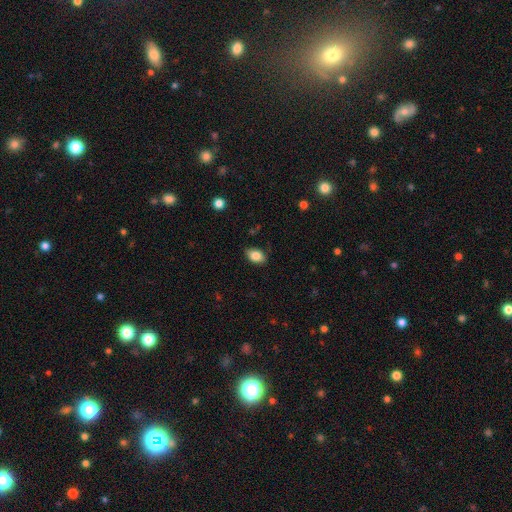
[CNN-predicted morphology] Smooth or featured? Predicted: smooth (p=0.84). How rounded? Predicted: in between (p=0.86). Merging? Predicted: none (p=0.84).